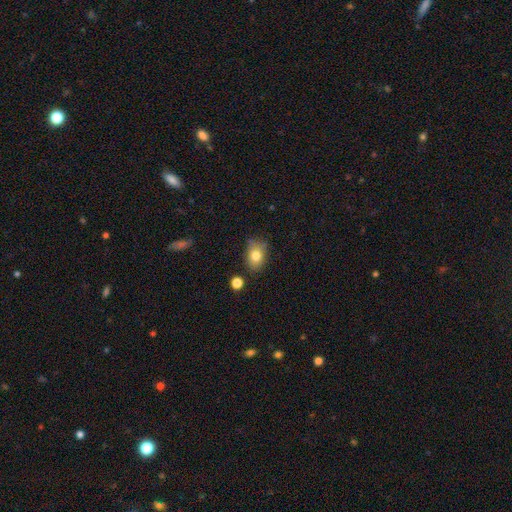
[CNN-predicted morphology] type=smooth (79%); roundness=in between (71%); merging=none (72%).